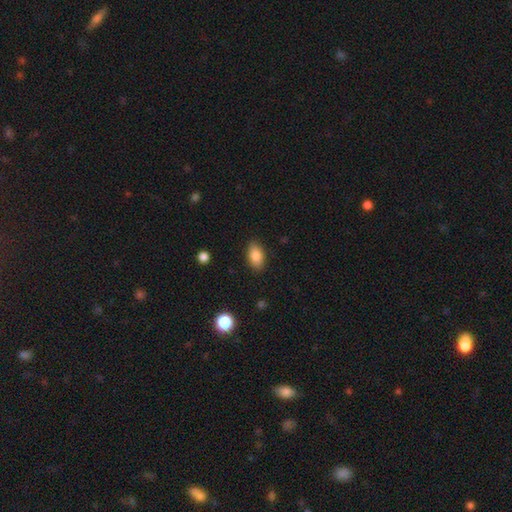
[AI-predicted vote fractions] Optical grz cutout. It shows a smooth galaxy with no disk features (85%) that is in between round and cigar-shaped (91%). Merging: none (87%).